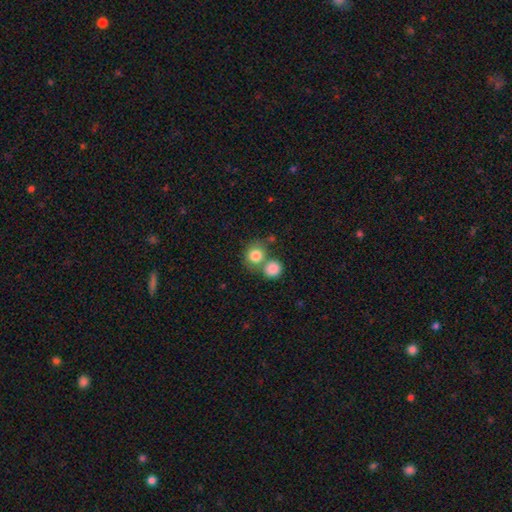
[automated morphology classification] Smooth or featured? smooth (82%)
How rounded? round (81%)
Merging? none (47%)